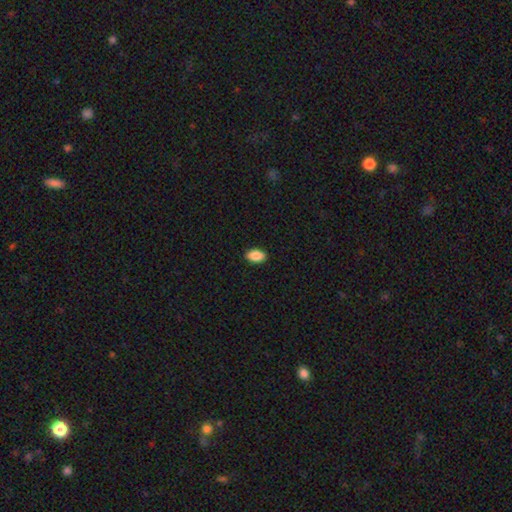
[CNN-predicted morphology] A smooth galaxy with no disk features (88%) that is in between round and cigar-shaped (92%). Merging: none (90%).